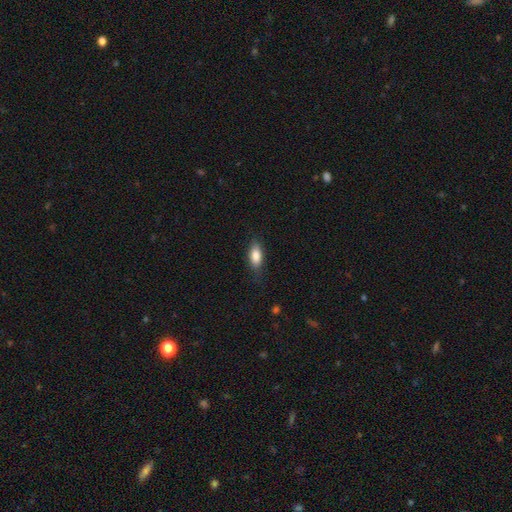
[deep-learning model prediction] Smooth or featured?
  - smooth: 83% *
  - featured or disk: 10%
  - star or artifact: 7%
How rounded?
  - in between: 80% *
  - cigar-shaped: 17%
  - round: 3%
Merging?
  - none: 76% *
  - minor disturbance: 18%
  - major disturbance: 5%
  - merger: 1%